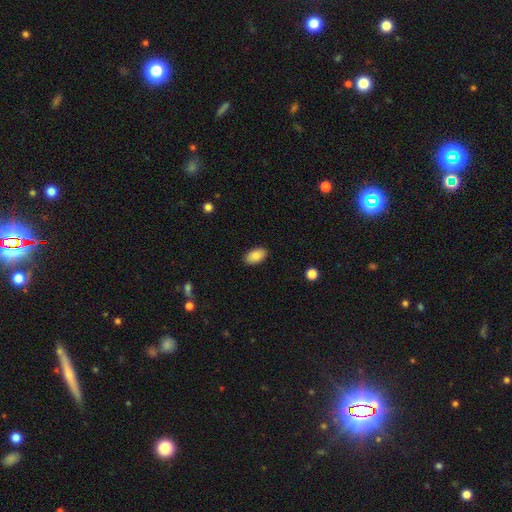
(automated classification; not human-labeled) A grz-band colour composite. It shows a smooth galaxy with no disk features (87%) that is in between round and cigar-shaped (94%). Merging: none (88%).